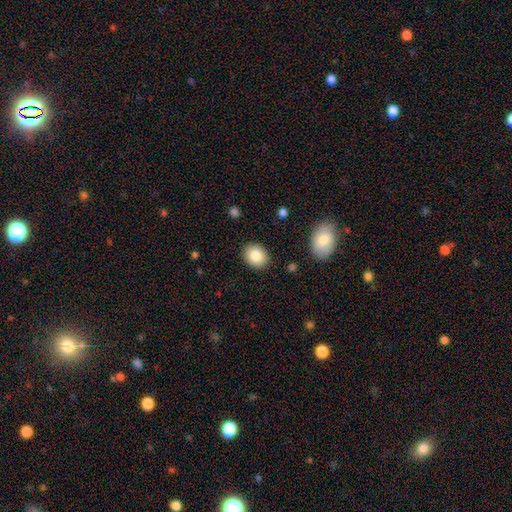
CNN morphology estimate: type=smooth (84%); roundness=round (55%); merging=none (89%).